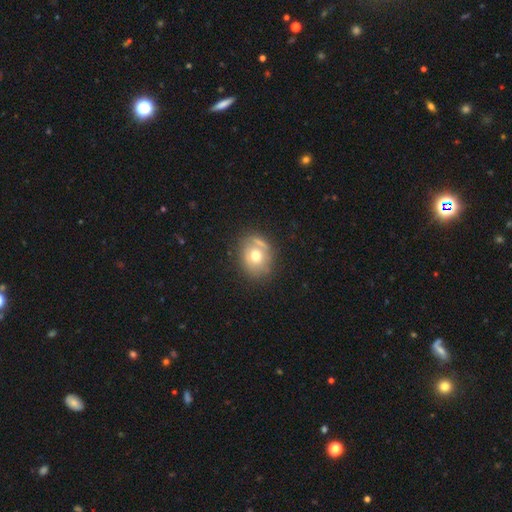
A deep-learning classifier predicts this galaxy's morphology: Smooth or featured? Predicted: smooth (p=0.65). How rounded? Predicted: round (p=0.62). Merging? Predicted: none (p=0.64).